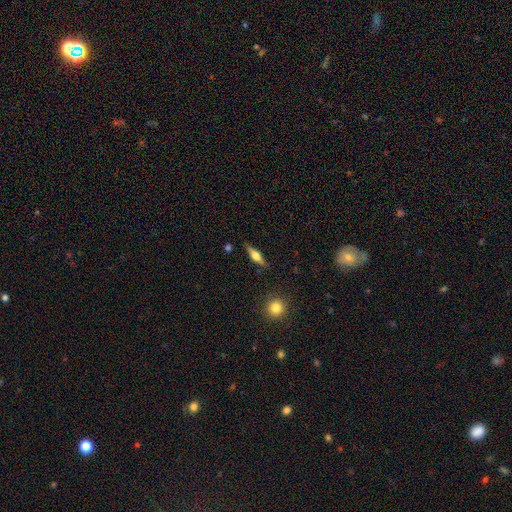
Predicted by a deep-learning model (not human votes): A featured or disk galaxy (63%) viewed edge-on (96%) with a rounded central bulge (89%).

Vote fractions:
- Smooth or featured? featured or disk: 63% / smooth: 31% / star or artifact: 7%
- Edge-on disk? yes: 96% / no: 4%
- Edge-on bulge? rounded: 89% / boxy: 9% / none: 2%
- Merging? none: 86% / minor disturbance: 10% / major disturbance: 2% / merger: 2%